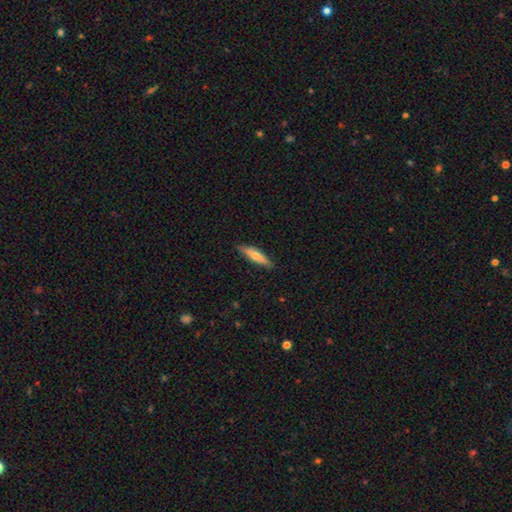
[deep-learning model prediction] Overall: smooth (56%; featured or disk 38%). How rounded: cigar-shaped (80%). Merging: none (88%).